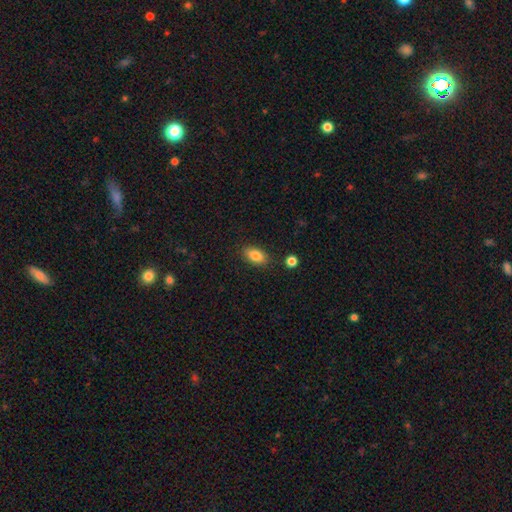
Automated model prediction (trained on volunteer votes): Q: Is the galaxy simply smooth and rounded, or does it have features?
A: smooth — 82%.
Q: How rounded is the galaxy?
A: in between — 88%.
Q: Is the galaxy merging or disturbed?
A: none — 85%.